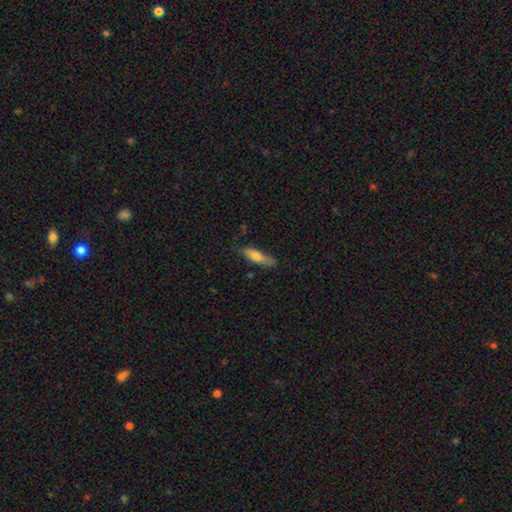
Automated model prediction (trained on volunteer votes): This is likely a smooth galaxy (70%). How rounded: likely cigar-shaped (61%). Merging: likely none (69%).